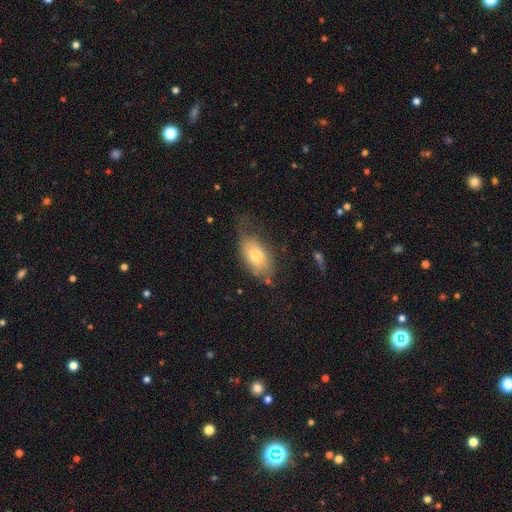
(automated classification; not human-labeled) Smooth or featured? Predicted: smooth (p=0.76). How rounded? Predicted: in between (p=0.92). Merging? Predicted: none (p=0.49).